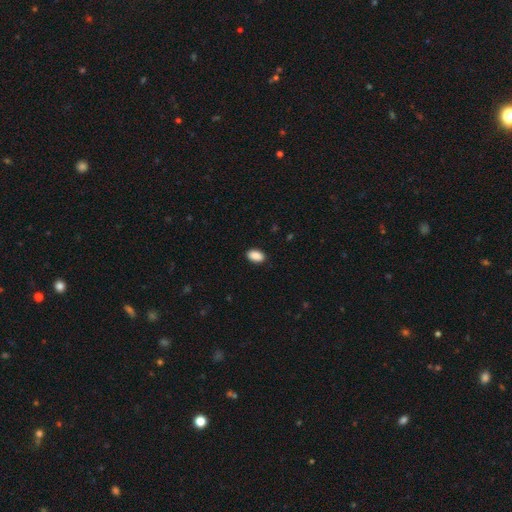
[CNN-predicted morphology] A smooth galaxy with no disk features (90%) that is in between round and cigar-shaped (93%). Merging: none (87%).